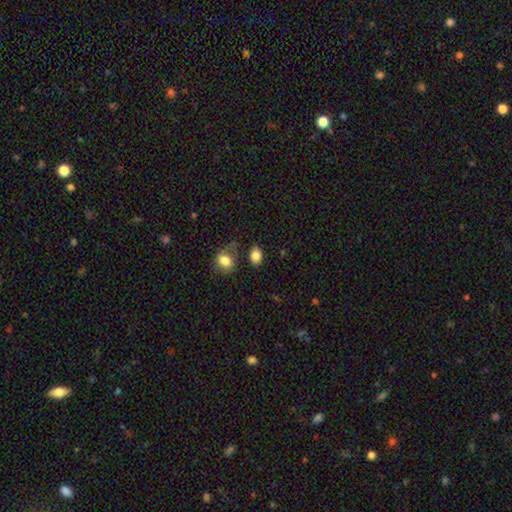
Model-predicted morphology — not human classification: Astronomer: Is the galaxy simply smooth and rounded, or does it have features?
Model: smooth — 84%.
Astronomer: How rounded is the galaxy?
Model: in between — 73%.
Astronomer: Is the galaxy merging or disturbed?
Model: none — 70%.